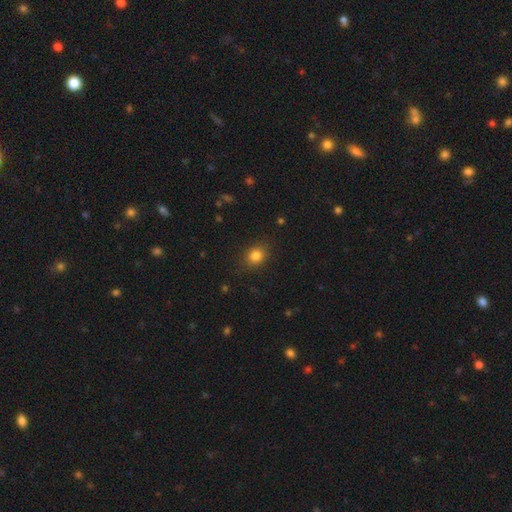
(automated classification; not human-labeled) The model was most divided on "how rounded": round: 62%, in between: 36%, cigar-shaped: 1%. More confident: merging — none (85%); smooth or featured — smooth (82%).